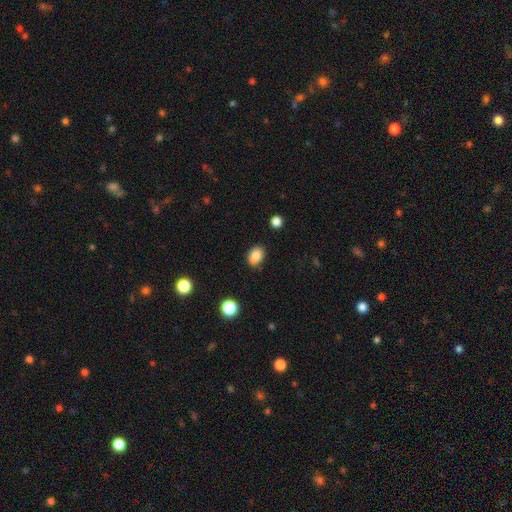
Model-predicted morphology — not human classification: This is clearly a smooth galaxy (86%). How rounded: likely in between (77%). Merging: clearly none (83%).